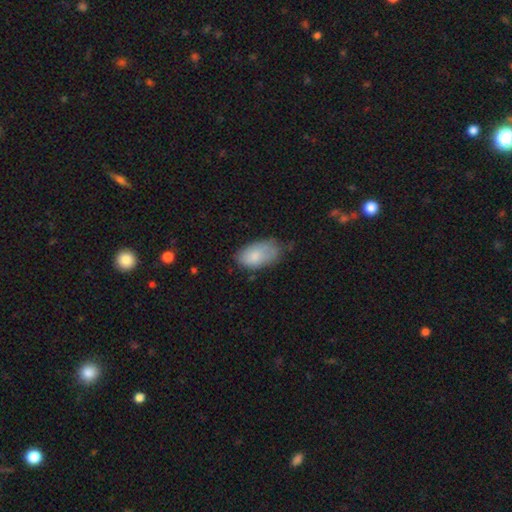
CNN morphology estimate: This appears to be a smooth galaxy with no disk features (81%) that is in between round and cigar-shaped (94%). Merging: none (53%).